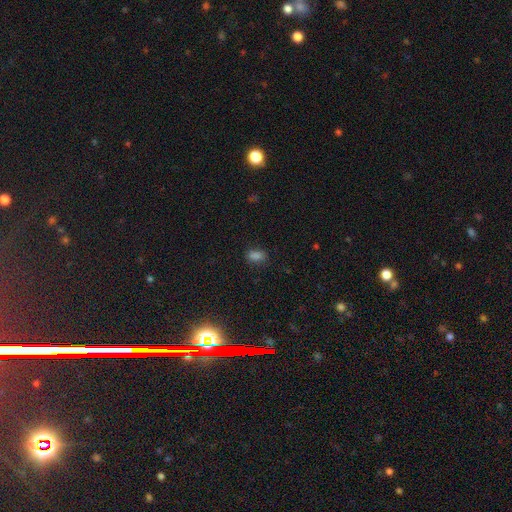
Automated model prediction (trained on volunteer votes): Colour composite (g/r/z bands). It shows a smooth galaxy with no disk features (80%) that is in between round and cigar-shaped (84%). Merging: none (78%).